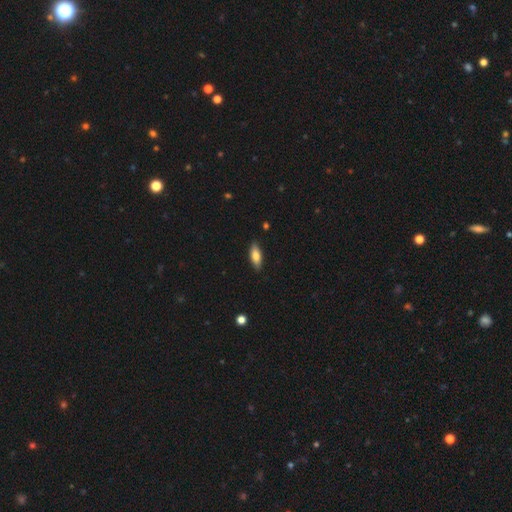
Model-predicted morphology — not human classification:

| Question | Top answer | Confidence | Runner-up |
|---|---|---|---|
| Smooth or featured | smooth | 78% | featured or disk (15%) |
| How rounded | in between | 70% | cigar-shaped (28%) |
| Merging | none | 87% | minor disturbance (10%) |